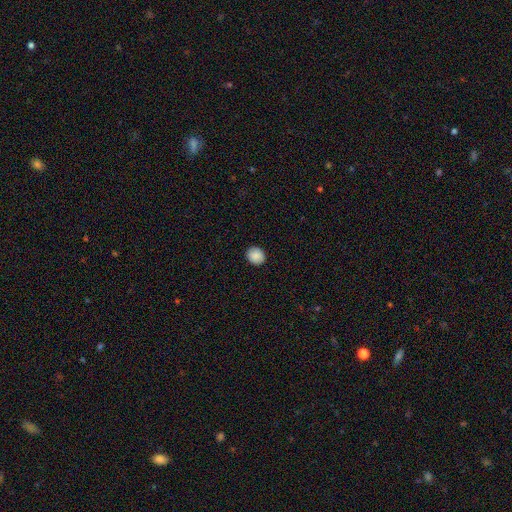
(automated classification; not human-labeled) This is clearly a smooth galaxy (88%). How rounded: likely round (77%). Merging: clearly none (90%).